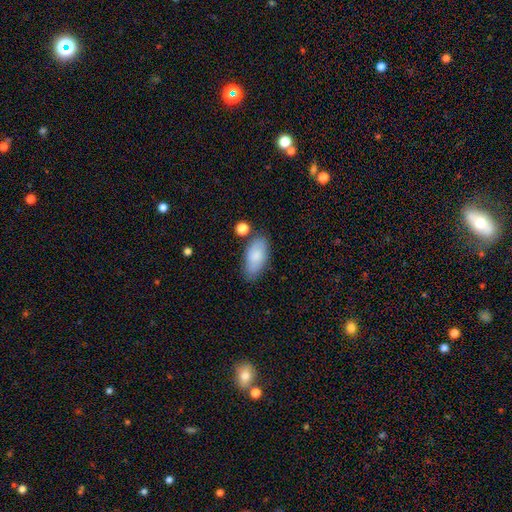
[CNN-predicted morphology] This is clearly a smooth galaxy (82%). How rounded: clearly in between (91%). Merging: likely none (72%).